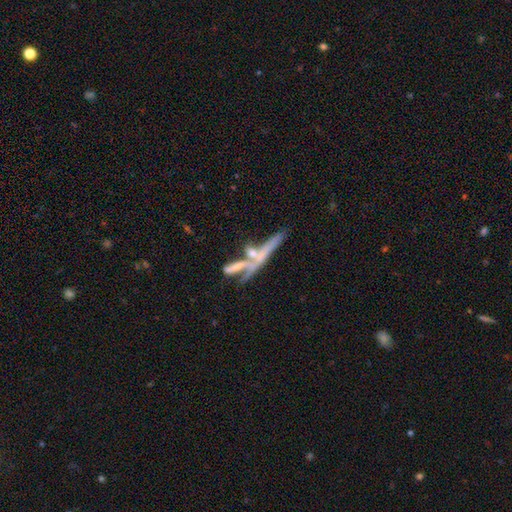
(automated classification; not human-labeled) A featured or disk galaxy (60%) viewed edge-on (69%).

Vote fractions:
- Smooth or featured? featured or disk: 60% / smooth: 27% / star or artifact: 14%
- Edge-on disk? yes: 69% / no: 31%
- Merging? merger: 46% / none: 34% / minor disturbance: 11% / major disturbance: 10%